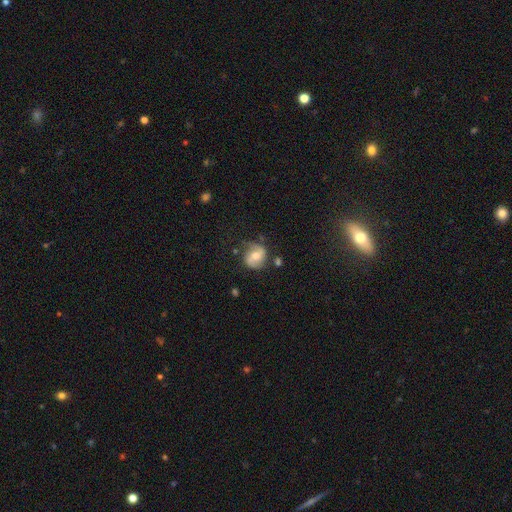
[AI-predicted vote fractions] Smooth or featured: featured or disk — 58% (smooth — 34%)
Edge-on disk: no — 97% (yes — 3%)
Bar: no — 49% (weak — 37%)
Spiral arms: yes — 85% (no — 15%)
Bulge size: moderate — 71% (small — 22%)
Merging: none — 65% (minor disturbance — 22%)